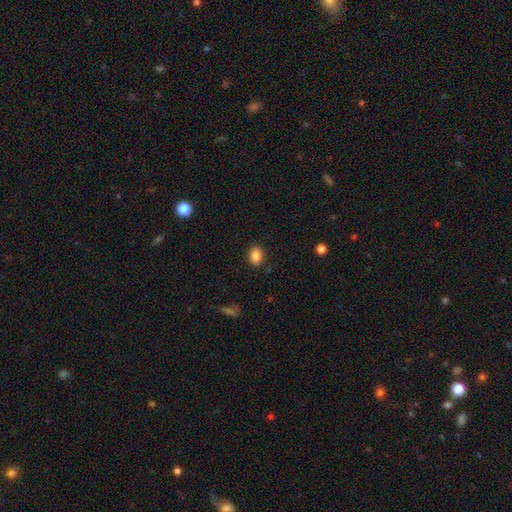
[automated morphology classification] Smooth or featured? smooth (85%)
How rounded? in between (74%)
Merging? none (88%)